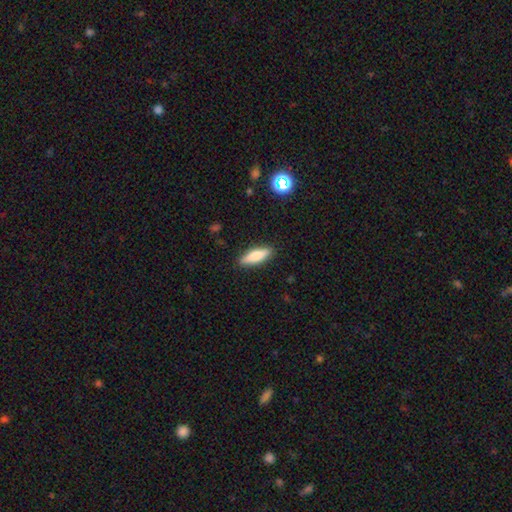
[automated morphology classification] smooth-or-featured: smooth: 68% | featured or disk: 26% | star or artifact: 6%
  how-rounded: cigar-shaped: 59% | in between: 39% | round: 2%
  merging: none: 90% | minor disturbance: 8% | major disturbance: 2% | merger: 1%